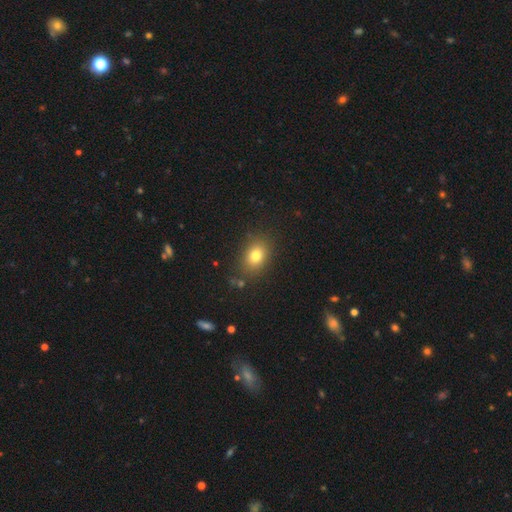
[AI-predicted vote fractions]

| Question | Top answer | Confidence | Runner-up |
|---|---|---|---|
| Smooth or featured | smooth | 78% | star or artifact (12%) |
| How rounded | in between | 67% | round (32%) |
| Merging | none | 81% | minor disturbance (12%) |